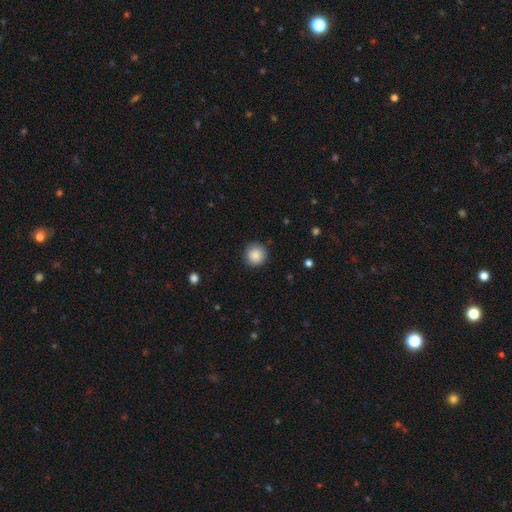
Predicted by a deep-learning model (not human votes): Smooth or featured: smooth — 88% (star or artifact — 8%)
How rounded: round — 95% (in between — 4%)
Merging: none — 89% (minor disturbance — 8%)